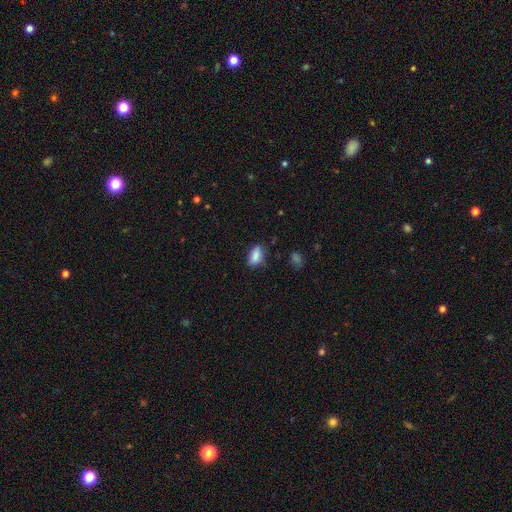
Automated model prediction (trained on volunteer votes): Q: Smooth or featured?
A: smooth (87%); runner-up: star or artifact (8%)
Q: How rounded?
A: in between (89%); runner-up: cigar-shaped (6%)
Q: Merging?
A: none (76%); runner-up: minor disturbance (18%)